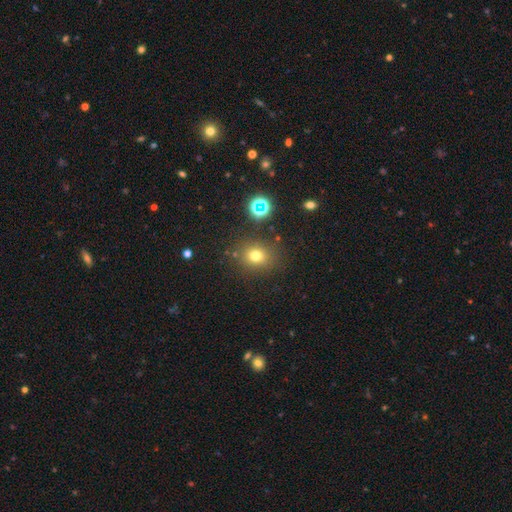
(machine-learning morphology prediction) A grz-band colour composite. It shows a smooth galaxy with no disk features (72%) that is round (73%). Merging: none (82%).